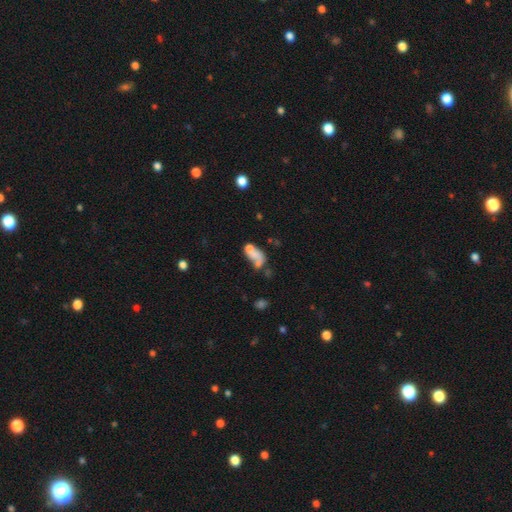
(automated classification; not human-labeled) This is possibly a smooth galaxy (57%). How rounded: clearly in between (81%). Merging: marginally merger (42%).